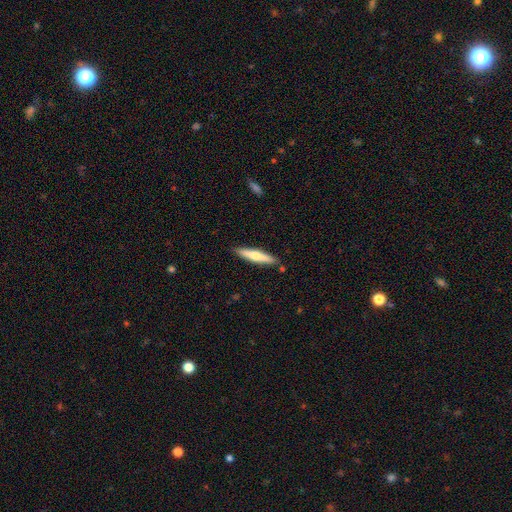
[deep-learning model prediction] This is possibly a smooth galaxy (55%). How rounded: clearly cigar-shaped (87%). Merging: clearly none (88%).